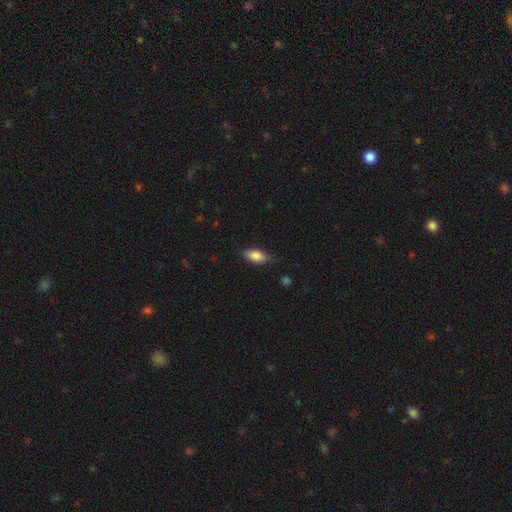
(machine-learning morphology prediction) Smooth or featured? Predicted: smooth (p=0.85). How rounded? Predicted: in between (p=0.87). Merging? Predicted: none (p=0.80).